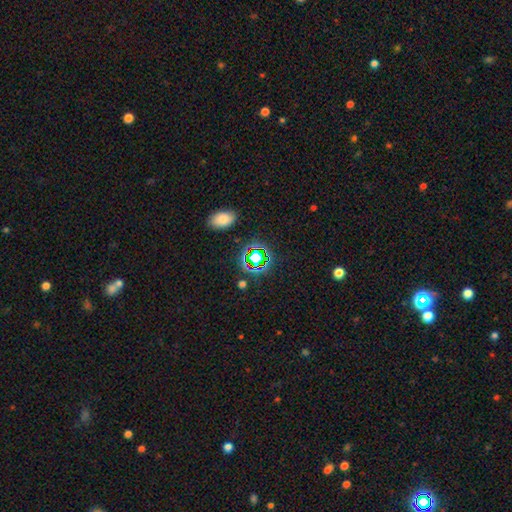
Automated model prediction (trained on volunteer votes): Overall: star or artifact (61%; smooth 28%).